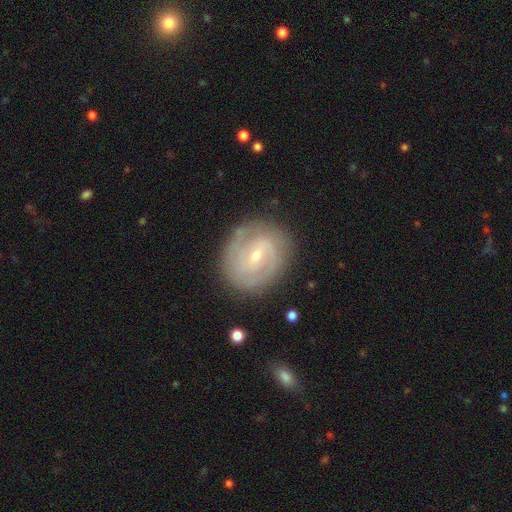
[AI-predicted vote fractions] smooth_or_featured: featured or disk (p=0.83) [alt: smooth p=0.11]
disk_edge_on: no (p=0.97) [alt: yes p=0.03]
bar: weak (p=0.54) [alt: no p=0.29]
has_spiral_arms: yes (p=0.93) [alt: no p=0.07]
spiral_winding: tight (p=0.58) [alt: medium p=0.34]
spiral_arm_count: 2 (p=0.64) [alt: can't tell p=0.18]
bulge_size: small (p=0.70) [alt: moderate p=0.27]
merging: none (p=0.82) [alt: minor disturbance p=0.13]